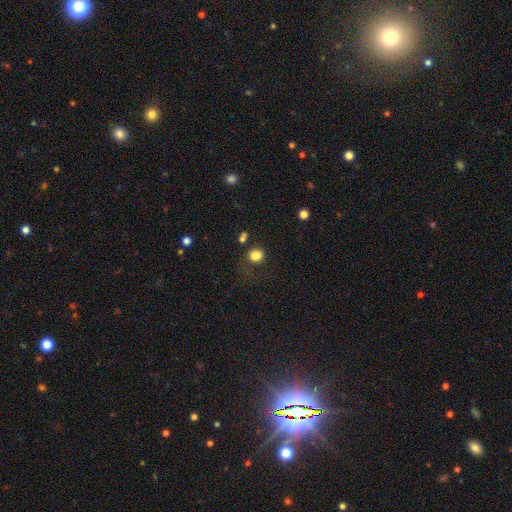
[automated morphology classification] The model was most divided on "merging": none: 72%, minor disturbance: 14%, major disturbance: 9%, merger: 5%. More confident: smooth or featured — smooth (83%); how rounded — round (80%).